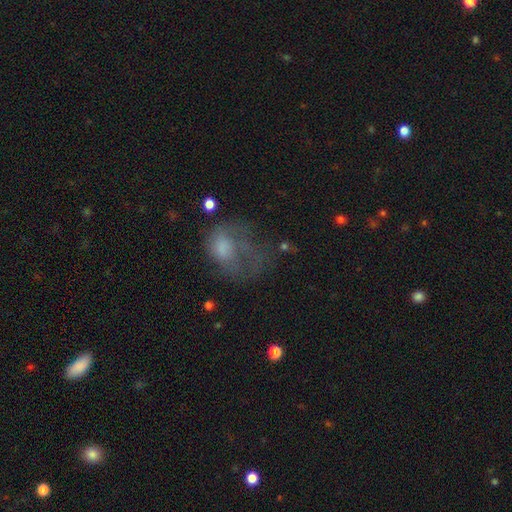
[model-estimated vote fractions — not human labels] This is marginally a smooth galaxy (44%). Merging: possibly major disturbance (47%).